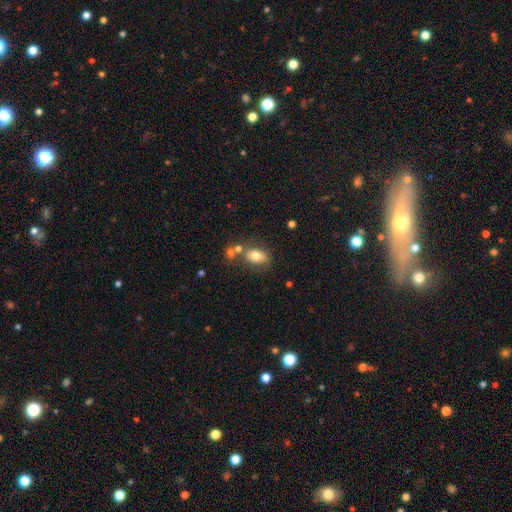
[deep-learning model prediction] smooth_or_featured: smooth (p=0.75) [alt: featured or disk p=0.16]
how_rounded: in between (p=0.85) [alt: round p=0.12]
merging: none (p=0.60) [alt: merger p=0.20]